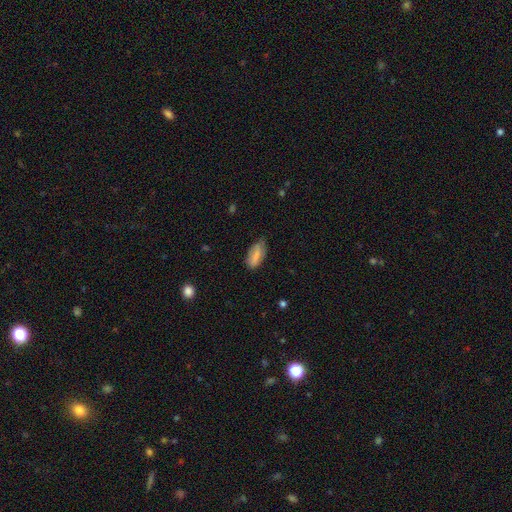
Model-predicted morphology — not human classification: This appears to be a smooth galaxy with no disk features (77%) that is in between round and cigar-shaped (83%). Merging: none (67%).